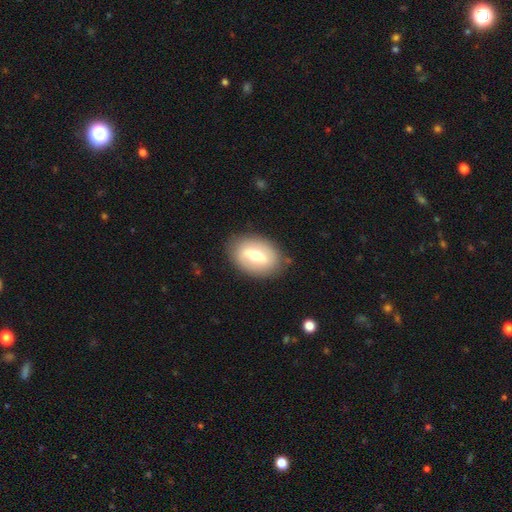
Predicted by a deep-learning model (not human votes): Smooth or featured? featured or disk (50%)
Edge-on disk? no (86%)
Merging? none (83%)